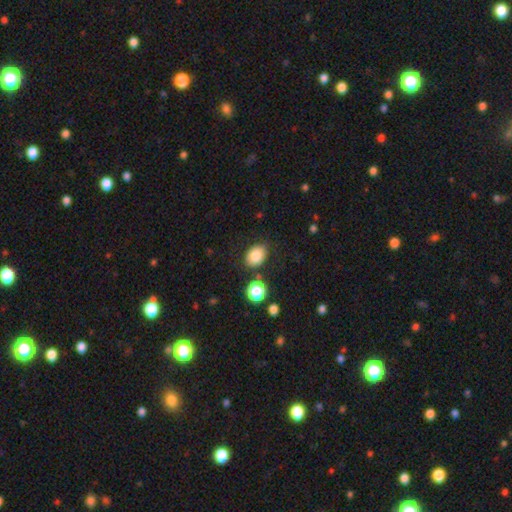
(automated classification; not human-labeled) This appears to be a smooth galaxy with no disk features (83%) that is in between round and cigar-shaped (70%). Merging: none (78%).